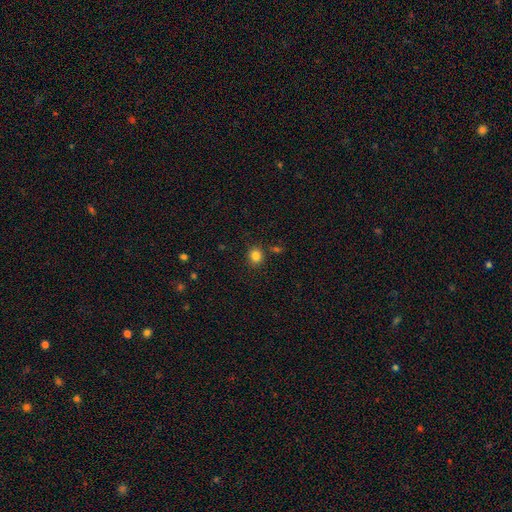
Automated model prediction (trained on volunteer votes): Q: Smooth or featured?
A: smooth (83%); runner-up: star or artifact (12%)
Q: How rounded?
A: round (70%); runner-up: in between (29%)
Q: Merging?
A: none (83%); runner-up: minor disturbance (10%)